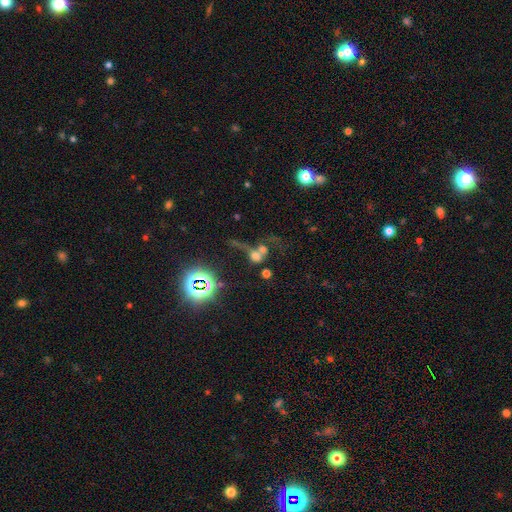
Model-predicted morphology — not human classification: A smooth galaxy with no disk features (44%). Merging: merger (54%).